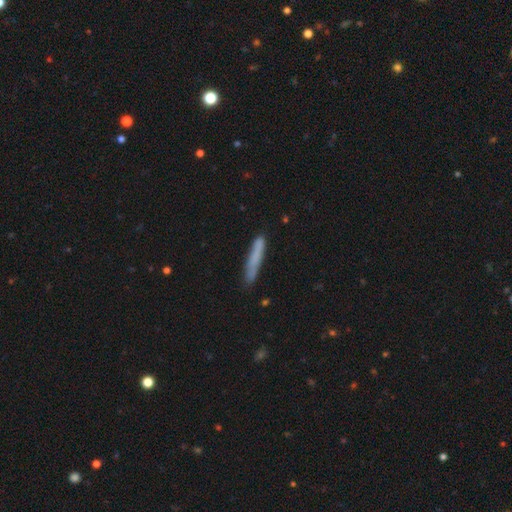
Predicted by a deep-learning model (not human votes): smooth_or_featured: smooth (p=0.74) [alt: featured or disk p=0.20]
how_rounded: cigar-shaped (p=0.95) [alt: in between p=0.04]
merging: none (p=0.82) [alt: minor disturbance p=0.14]